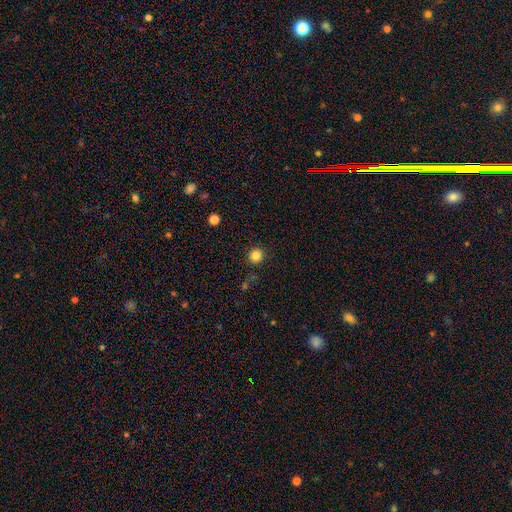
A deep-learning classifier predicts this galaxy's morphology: A smooth galaxy with no disk features (83%) that is round (94%). Merging: none (89%).